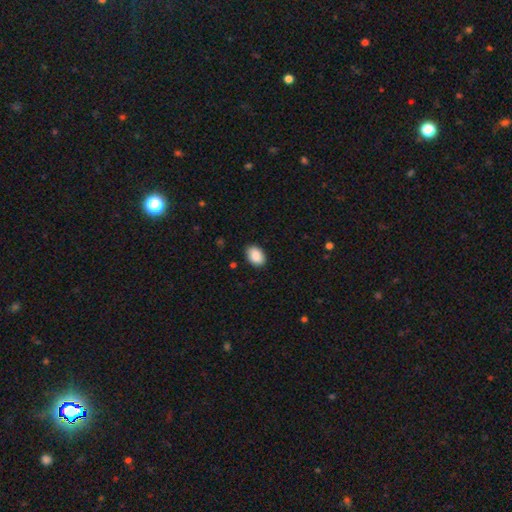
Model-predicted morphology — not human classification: smooth 89%, star or artifact 7%, featured or disk 5%. Down the decision tree: how rounded — in between (85%); merging — none (88%).